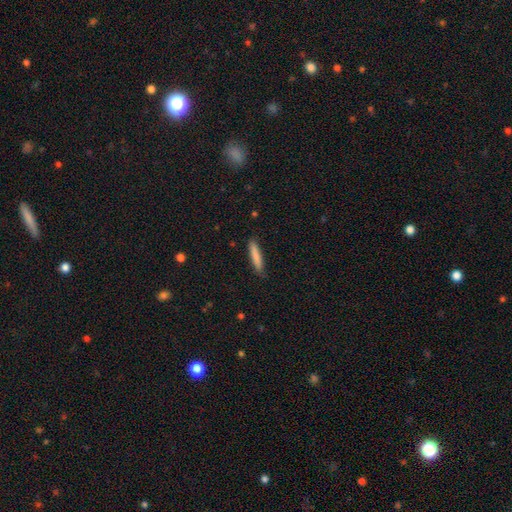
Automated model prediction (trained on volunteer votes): A smooth galaxy with no disk features (84%) that is cigar-shaped (89%). Merging: none (85%).